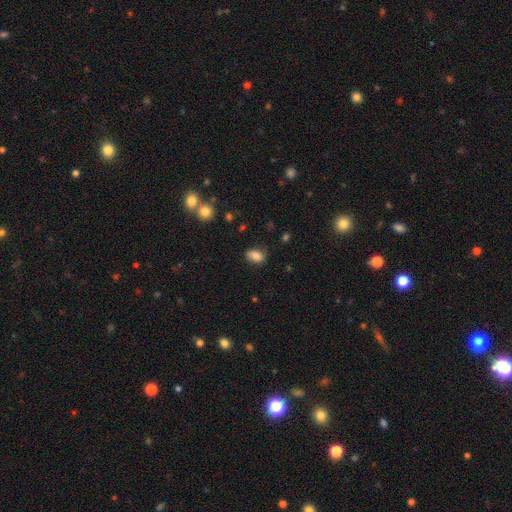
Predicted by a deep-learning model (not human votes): smooth-or-featured: smooth: 80% | featured or disk: 10% | star or artifact: 9%
  how-rounded: in between: 79% | round: 20% | cigar-shaped: 1%
  merging: none: 74% | minor disturbance: 19% | major disturbance: 5% | merger: 2%